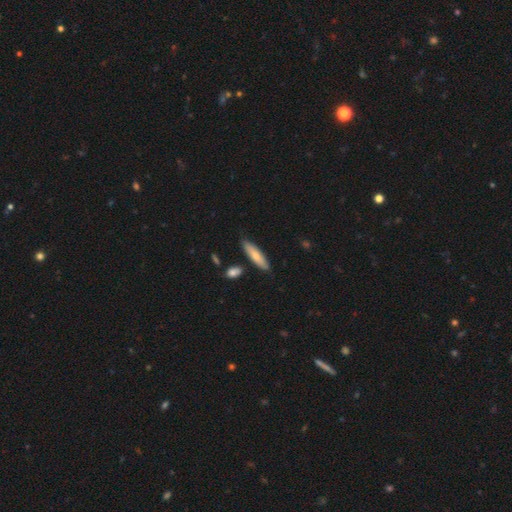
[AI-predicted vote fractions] Smooth or featured: smooth — 72% (featured or disk — 23%)
How rounded: cigar-shaped — 69% (in between — 30%)
Merging: none — 82% (minor disturbance — 12%)